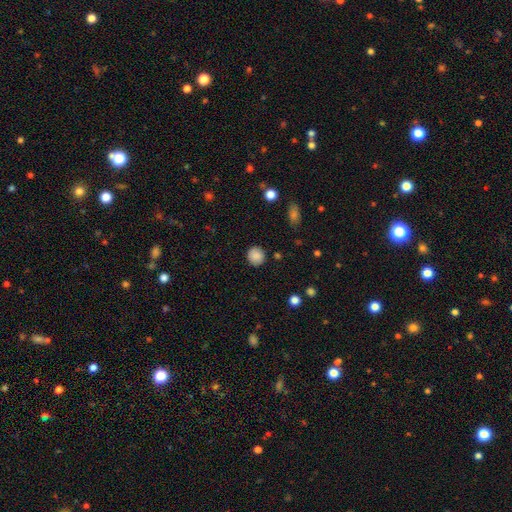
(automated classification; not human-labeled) Smooth or featured: smooth — 85% (star or artifact — 9%)
How rounded: round — 90% (in between — 9%)
Merging: none — 86% (minor disturbance — 10%)